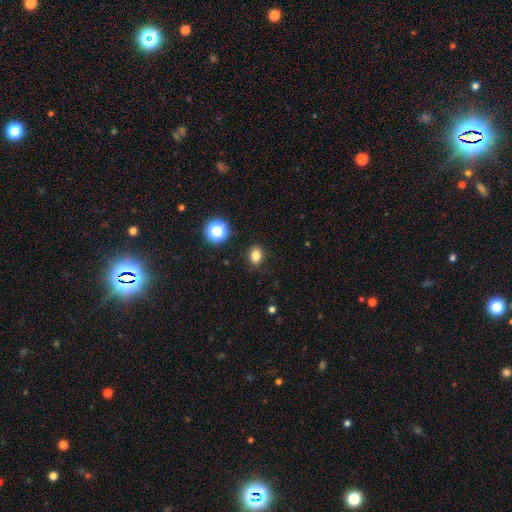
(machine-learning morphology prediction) smooth-or-featured: smooth: 81% | star or artifact: 13% | featured or disk: 6%
  how-rounded: in between: 60% | round: 39% | cigar-shaped: 1%
  merging: none: 87% | minor disturbance: 9% | major disturbance: 3% | merger: 1%